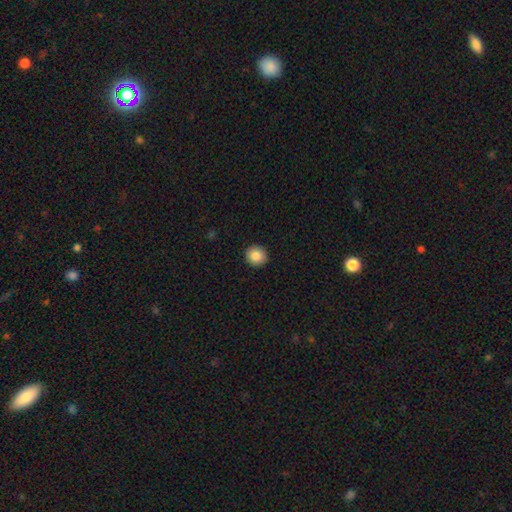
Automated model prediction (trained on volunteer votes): Morphology: type=smooth (85%); roundness=round (92%); merging=none (92%).